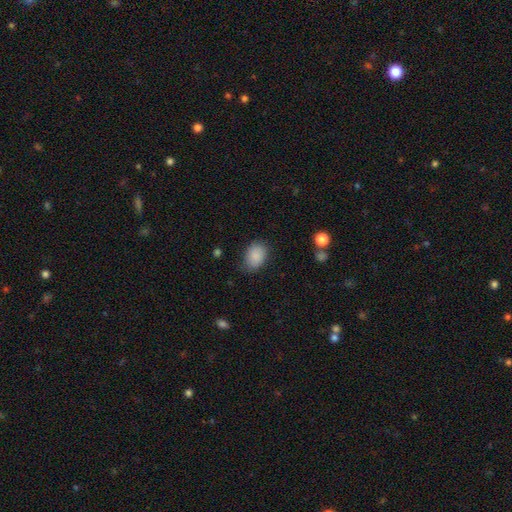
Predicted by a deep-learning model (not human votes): Smooth or featured? smooth (88%)
How rounded? in between (79%)
Merging? none (77%)